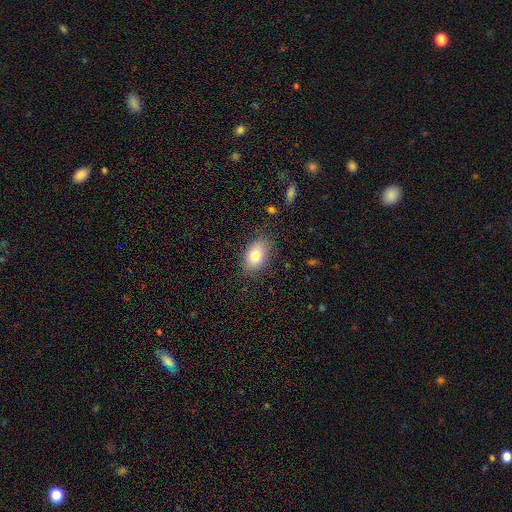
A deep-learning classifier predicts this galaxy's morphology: Smooth or featured? Predicted: smooth (p=0.79). How rounded? Predicted: in between (p=0.87). Merging? Predicted: none (p=0.83).